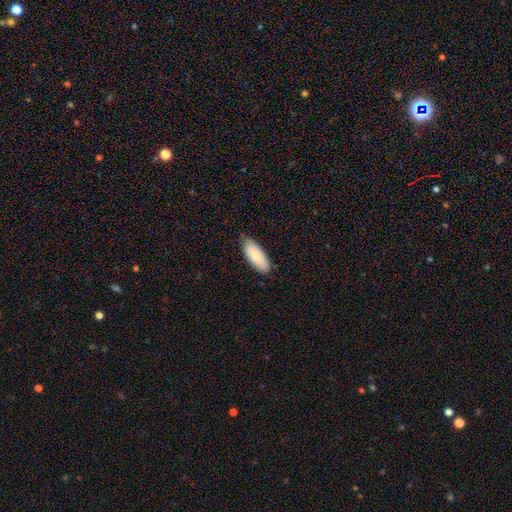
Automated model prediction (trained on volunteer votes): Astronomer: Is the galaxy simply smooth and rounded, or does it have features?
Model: smooth — 81%.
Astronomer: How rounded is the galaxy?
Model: in between — 83%.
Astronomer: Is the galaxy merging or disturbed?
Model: none — 80%.